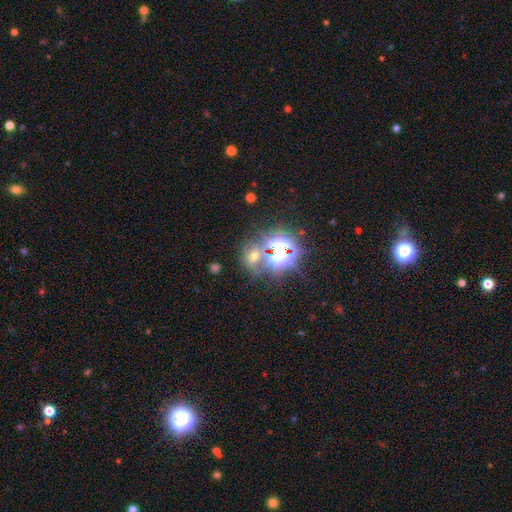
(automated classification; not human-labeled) Smooth or featured? Predicted: star or artifact (p=0.65).